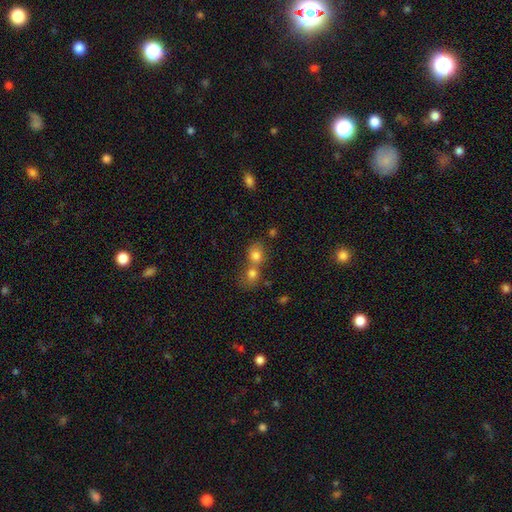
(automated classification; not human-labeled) Smooth or featured?
  - smooth: 78% *
  - star or artifact: 11%
  - featured or disk: 11%
How rounded?
  - round: 63% *
  - in between: 36%
  - cigar-shaped: 1%
Merging?
  - merger: 59% *
  - none: 30%
  - minor disturbance: 7%
  - major disturbance: 4%